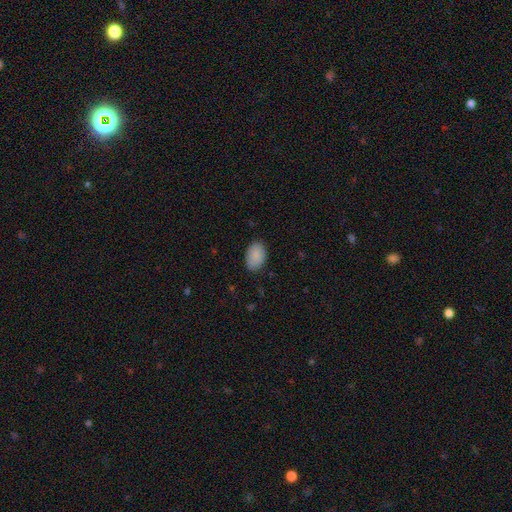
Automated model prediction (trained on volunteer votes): Morphology: type=smooth (89%); roundness=in between (90%); merging=none (85%).